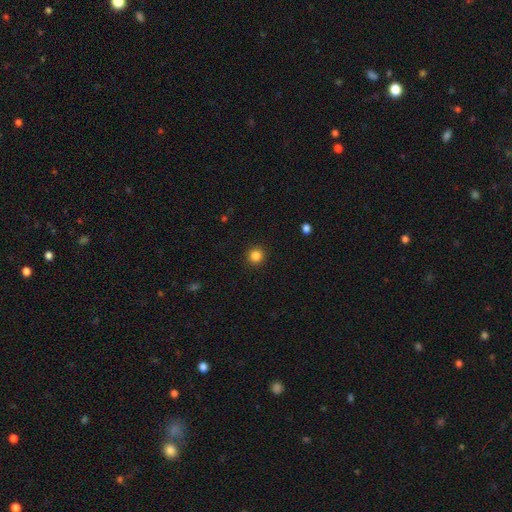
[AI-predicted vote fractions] Smooth or featured: smooth — 85% (star or artifact — 12%)
How rounded: round — 93% (in between — 6%)
Merging: none — 92% (minor disturbance — 5%)